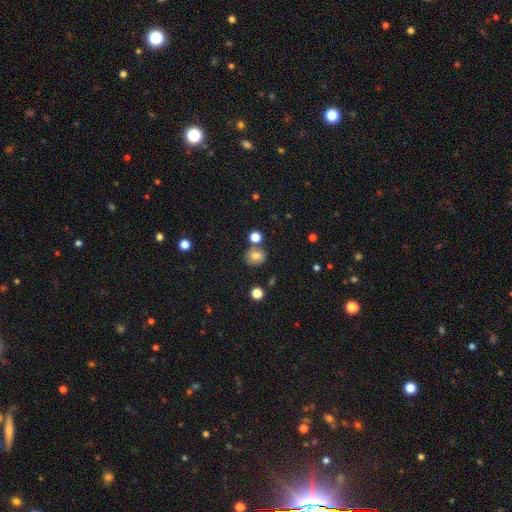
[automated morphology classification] A smooth galaxy with no disk features (73%) that is round (70%). Merging: none (68%).